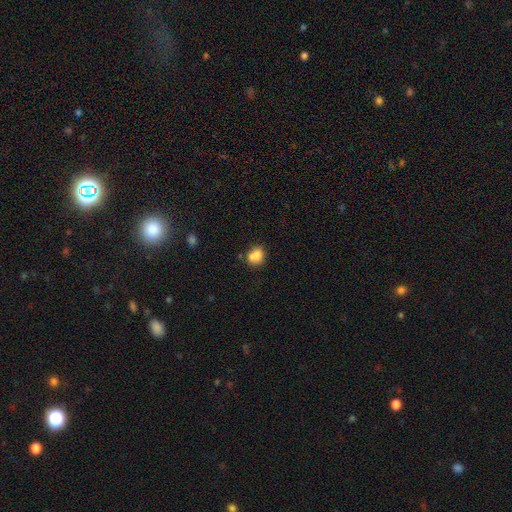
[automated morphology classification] smooth_or_featured: smooth (p=0.80) [alt: featured or disk p=0.10]
how_rounded: round (p=0.63) [alt: in between p=0.36]
merging: none (p=0.52) [alt: merger p=0.25]